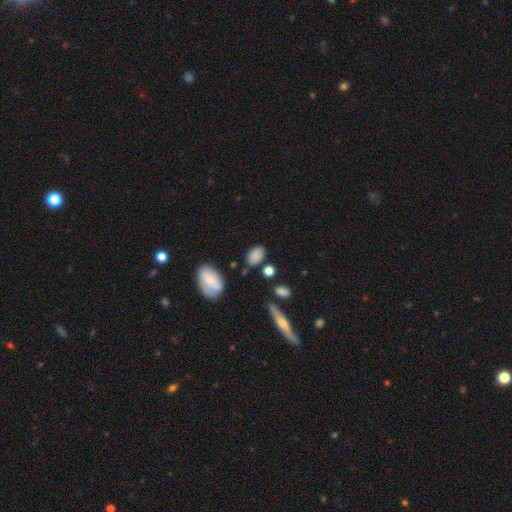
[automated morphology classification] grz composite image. It shows a smooth galaxy with no disk features (84%) that is in between round and cigar-shaped (86%). Merging: none (72%).